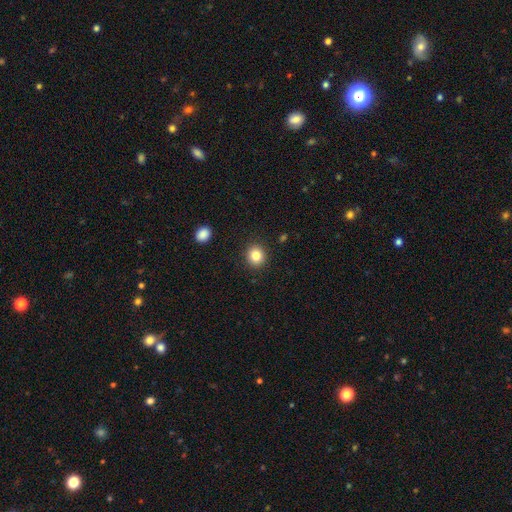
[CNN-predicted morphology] A smooth galaxy with no disk features (84%) that is round (82%). Merging: none (91%).